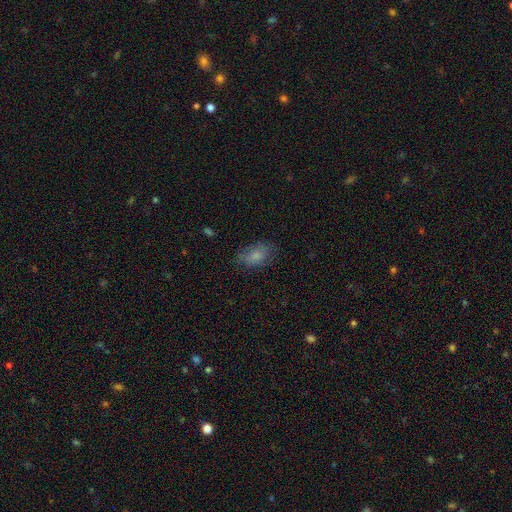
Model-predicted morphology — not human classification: The model was most divided on "merging": none: 72%, minor disturbance: 21%, major disturbance: 6%, merger: 1%. More confident: how rounded — in between (89%); smooth or featured — smooth (79%).